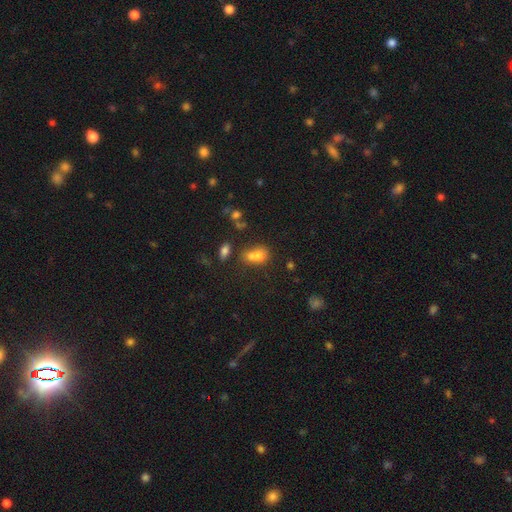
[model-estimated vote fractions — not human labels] Morphology: type=smooth (71%); roundness=in between (74%); merging=none (41%).